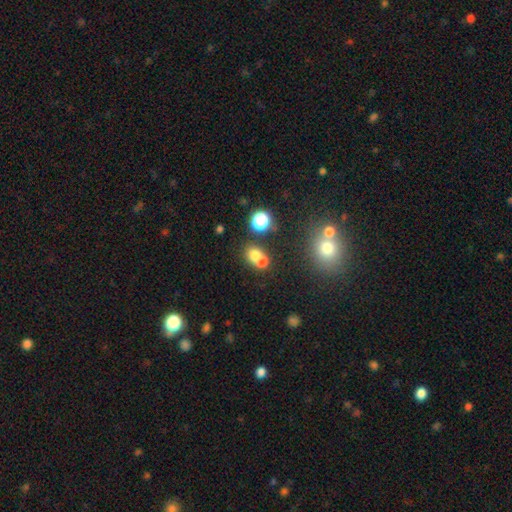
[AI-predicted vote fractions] Smooth or featured? smooth (70%)
How rounded? round (65%)
Merging? merger (55%)